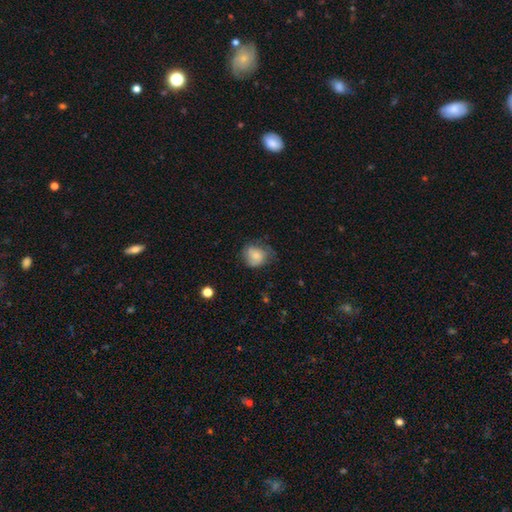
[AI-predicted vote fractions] smooth 59%, featured or disk 33%, star or artifact 8%. Down the decision tree: how rounded — round (66%); merging — none (54%).